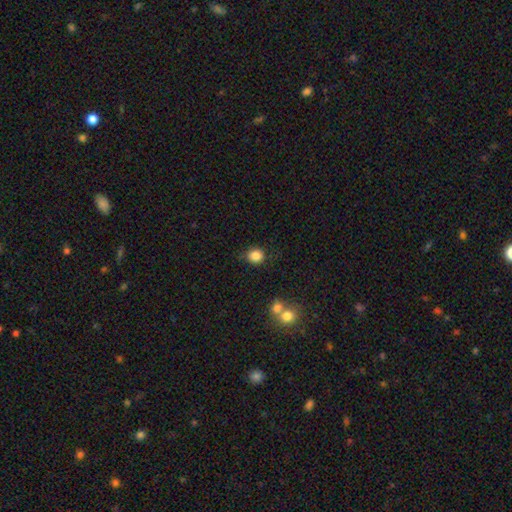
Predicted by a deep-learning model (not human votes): This is clearly a smooth galaxy (85%). How rounded: clearly round (85%). Merging: likely none (78%).